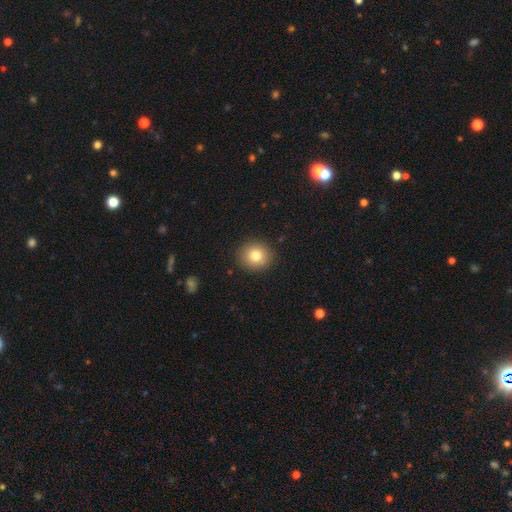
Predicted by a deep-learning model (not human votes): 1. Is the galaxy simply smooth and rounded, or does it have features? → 81% smooth, 10% star or artifact, 9% featured or disk.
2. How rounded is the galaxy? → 86% round, 13% in between, 1% cigar-shaped.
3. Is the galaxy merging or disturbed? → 90% none, 7% minor disturbance, 2% major disturbance, 1% merger.